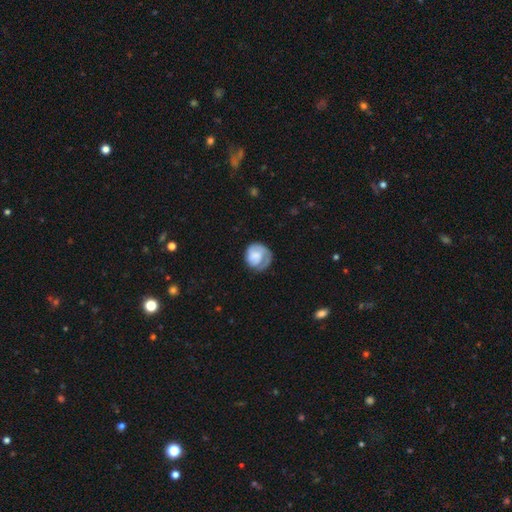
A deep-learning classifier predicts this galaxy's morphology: Overall: smooth (49%; featured or disk 44%). Merging: none (53%; minor disturbance 25%).